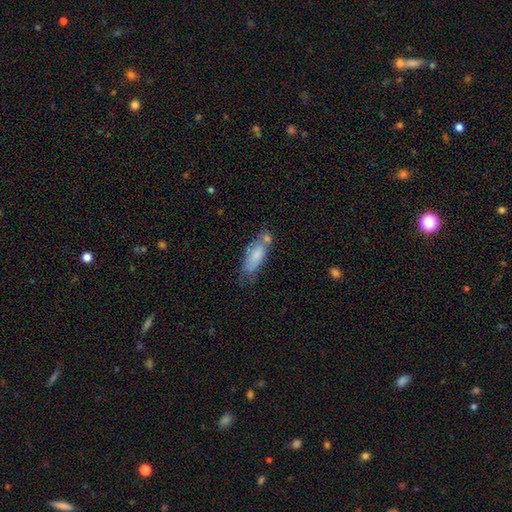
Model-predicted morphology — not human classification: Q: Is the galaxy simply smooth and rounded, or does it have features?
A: smooth — 75%.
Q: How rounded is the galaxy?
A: in between — 70%.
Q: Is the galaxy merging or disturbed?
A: none — 42%.